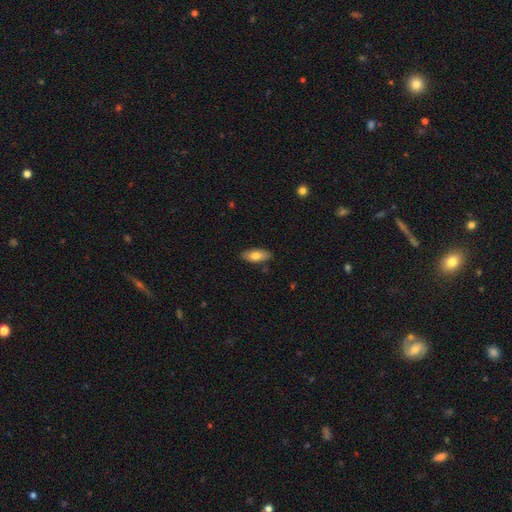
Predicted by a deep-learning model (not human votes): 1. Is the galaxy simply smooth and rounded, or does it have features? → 74% smooth, 19% featured or disk, 6% star or artifact.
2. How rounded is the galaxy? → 83% in between, 15% cigar-shaped, 2% round.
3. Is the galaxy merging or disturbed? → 87% none, 10% minor disturbance, 2% major disturbance, 1% merger.